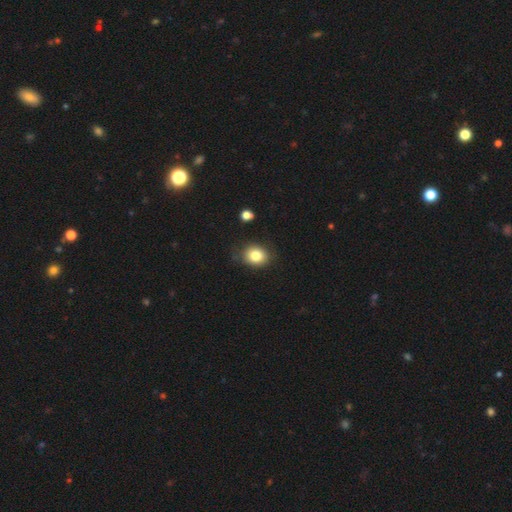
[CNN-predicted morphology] Smooth or featured? smooth (82%)
How rounded? round (62%)
Merging? none (80%)